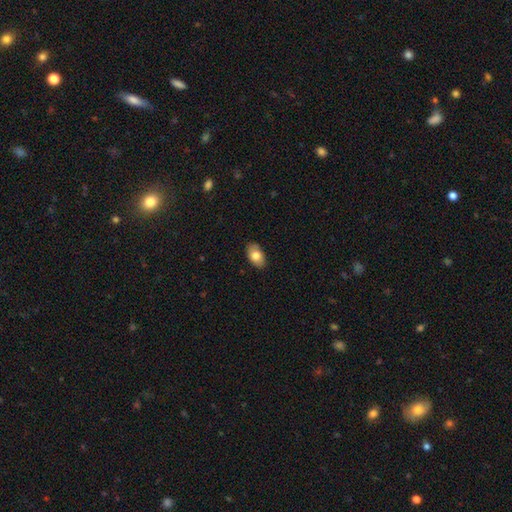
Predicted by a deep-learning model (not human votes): Q: Smooth or featured?
A: smooth (79%); runner-up: featured or disk (14%)
Q: How rounded?
A: in between (92%); runner-up: round (6%)
Q: Merging?
A: none (86%); runner-up: minor disturbance (12%)